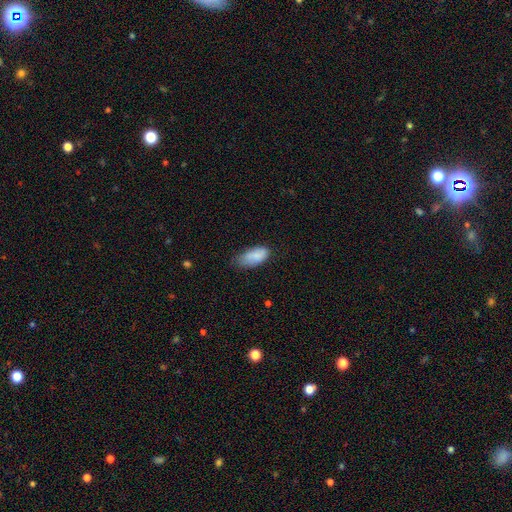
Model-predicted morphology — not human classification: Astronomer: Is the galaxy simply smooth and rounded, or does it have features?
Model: smooth — 84%.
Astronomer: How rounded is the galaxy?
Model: in between — 91%.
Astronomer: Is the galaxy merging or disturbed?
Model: none — 54% (runner-up: minor disturbance, 36%).